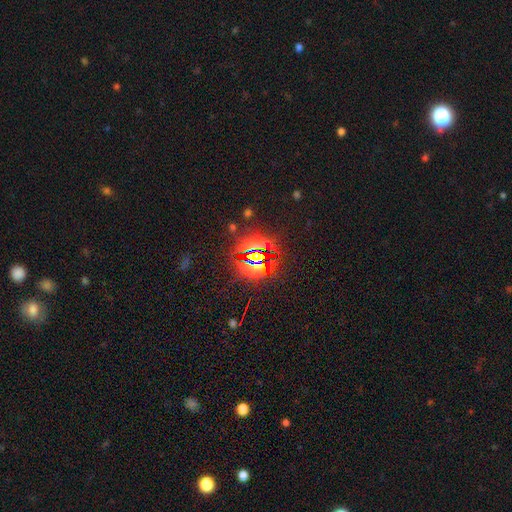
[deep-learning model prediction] star or artifact 81%, smooth 11%, featured or disk 8%.